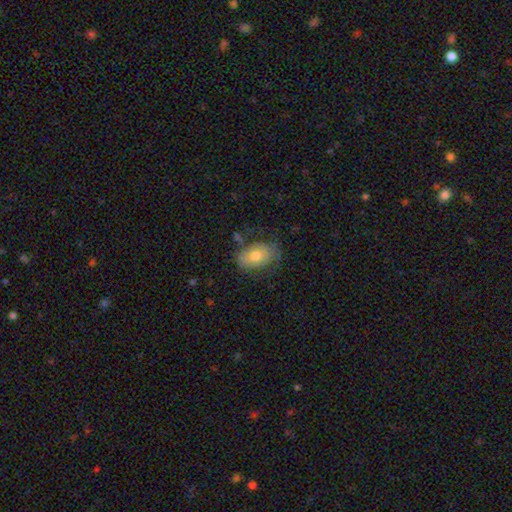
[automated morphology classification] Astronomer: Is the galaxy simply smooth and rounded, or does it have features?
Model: smooth — 65%.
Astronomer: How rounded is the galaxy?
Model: in between — 88%.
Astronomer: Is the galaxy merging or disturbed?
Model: none — 59%.